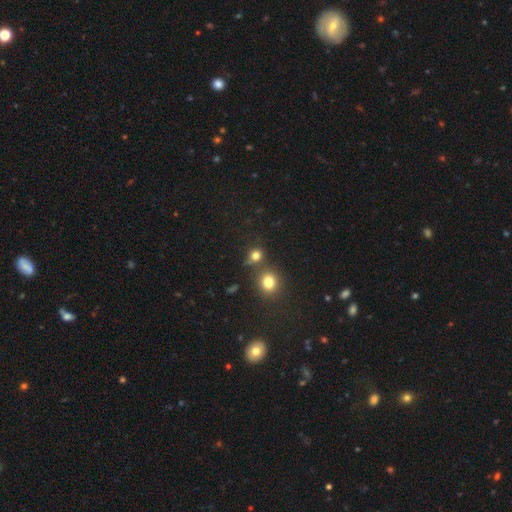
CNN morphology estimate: Smooth or featured? Predicted: smooth (p=0.76). How rounded? Predicted: round (p=0.82). Merging? Predicted: none (p=0.65).